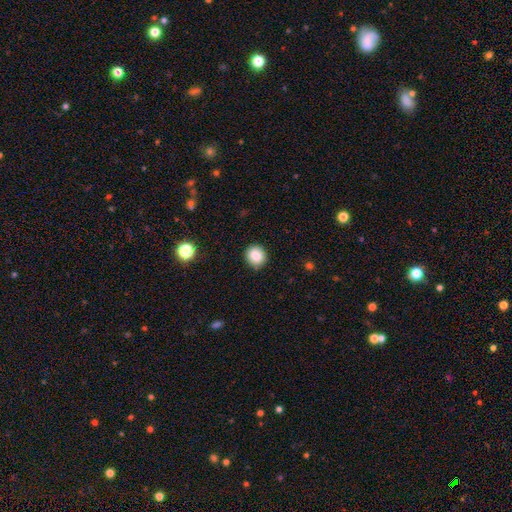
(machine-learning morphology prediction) Smooth or featured: smooth — 84% (star or artifact — 10%)
How rounded: round — 86% (in between — 13%)
Merging: none — 91% (minor disturbance — 6%)